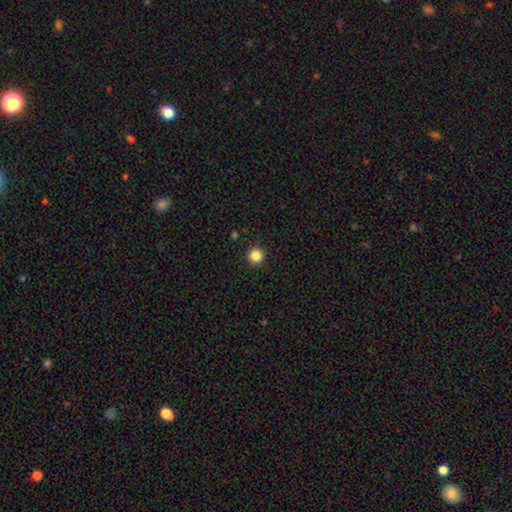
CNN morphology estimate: Overall: smooth (85%). How rounded: round (96%). Merging: none (93%).